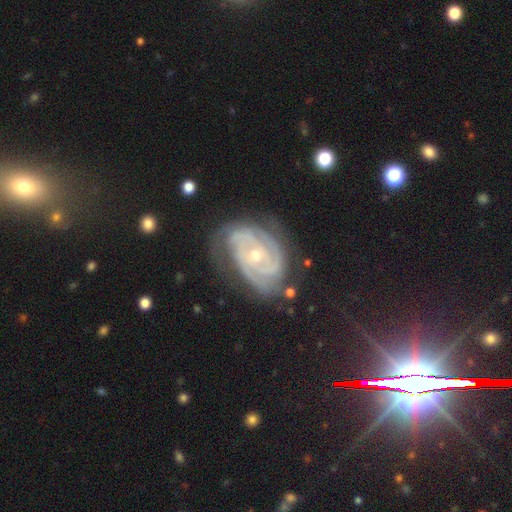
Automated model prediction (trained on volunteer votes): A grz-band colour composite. It shows a featured or disk galaxy (90%) with no bar (67%), 3 (34%) tight (74%) spiral arms (98%) and a small central bulge (65%). Merging: none (69%).